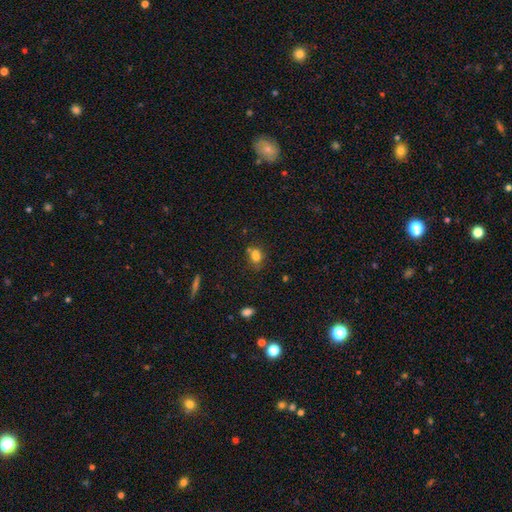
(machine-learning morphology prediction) smooth_or_featured: smooth (p=0.69) [alt: star or artifact p=0.16]
how_rounded: round (p=0.54) [alt: in between p=0.45]
merging: none (p=0.43) [alt: merger p=0.37]